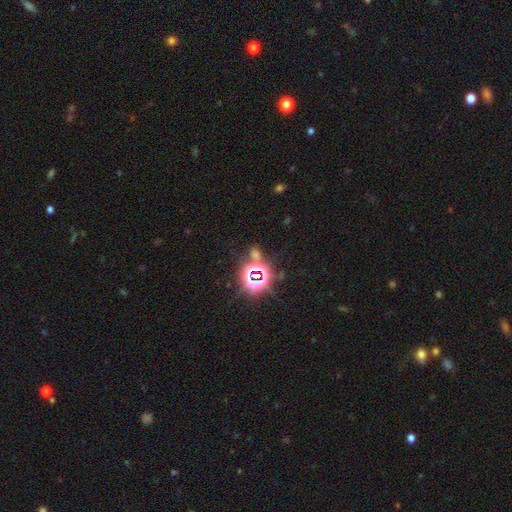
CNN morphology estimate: A star or artifact, not a galaxy (76%).

Vote fractions:
- Smooth or featured? star or artifact: 76% / smooth: 17% / featured or disk: 8%